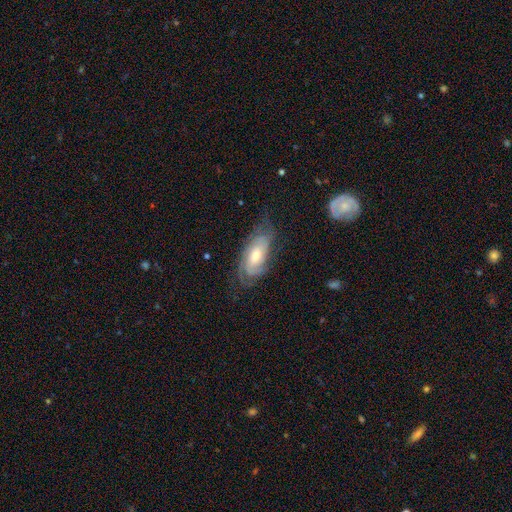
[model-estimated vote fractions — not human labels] Smooth or featured?
  - featured or disk: 73% *
  - smooth: 21%
  - star or artifact: 6%
Edge-on disk?
  - no: 92% *
  - yes: 8%
Bar?
  - no: 64% *
  - weak: 30%
  - strong: 6%
Spiral arms?
  - yes: 92% *
  - no: 8%
Spiral winding?
  - tight: 60% *
  - medium: 30%
  - loose: 10%
Spiral arm count?
  - can't tell: 43% *
  - 2: 25%
  - 3: 16%
  - 4: 7%
  - 1: 5%
  - more than 4: 4%
Bulge size?
  - moderate: 58% *
  - small: 32%
  - large: 7%
  - none: 2%
  - dominant: 1%
Merging?
  - none: 65% *
  - minor disturbance: 22%
  - major disturbance: 11%
  - merger: 1%